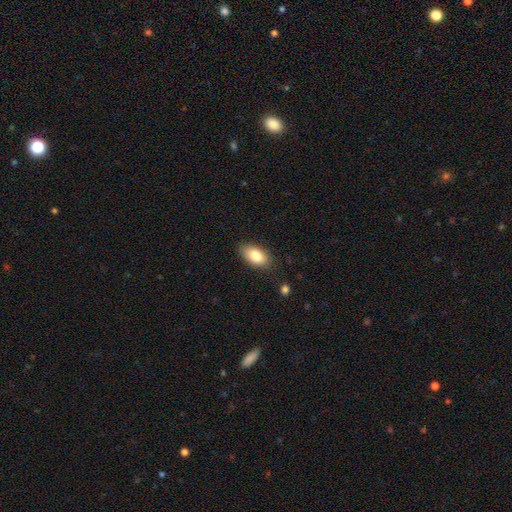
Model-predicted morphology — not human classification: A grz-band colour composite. It shows a smooth galaxy with no disk features (85%) that is in between round and cigar-shaped (92%). Merging: none (82%).